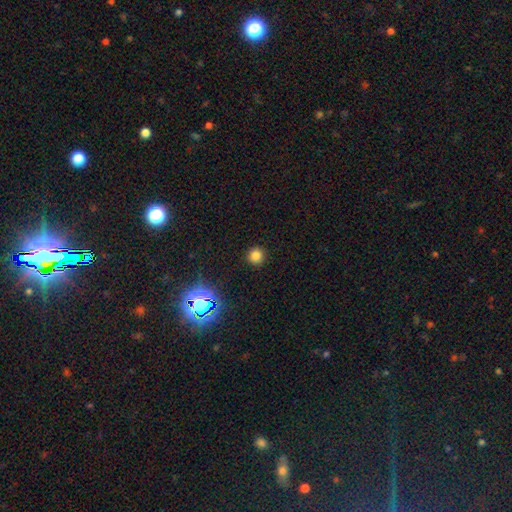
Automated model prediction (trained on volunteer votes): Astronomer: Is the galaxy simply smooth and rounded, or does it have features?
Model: smooth — 78%.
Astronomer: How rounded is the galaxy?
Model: round — 94%.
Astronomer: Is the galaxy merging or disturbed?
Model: none — 92%.